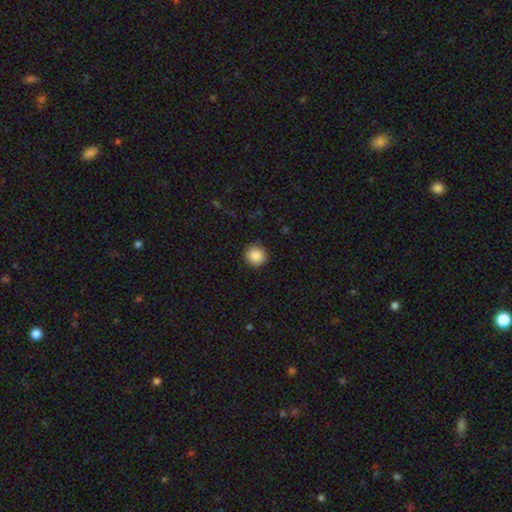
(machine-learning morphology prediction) smooth 88%, star or artifact 9%, featured or disk 3%. Down the decision tree: how rounded — round (91%); merging — none (90%).